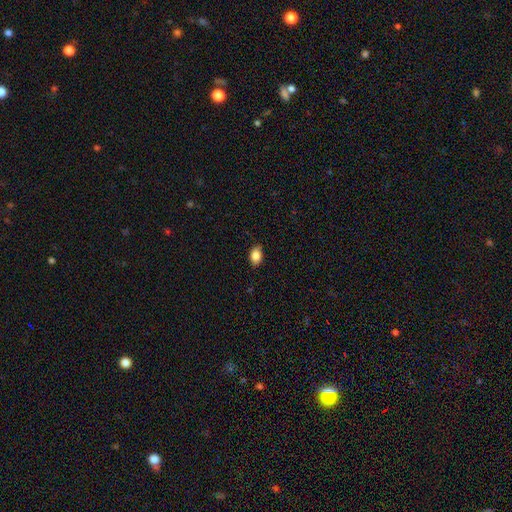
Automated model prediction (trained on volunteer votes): A smooth galaxy with no disk features (86%) that is in between round and cigar-shaped (84%). Merging: none (84%).